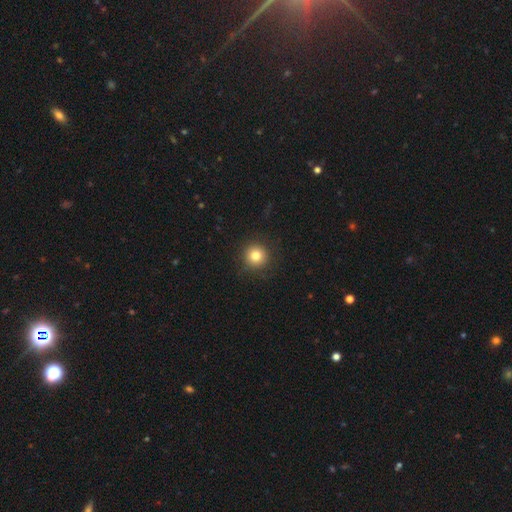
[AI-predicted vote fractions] Smooth or featured? smooth (81%)
How rounded? round (95%)
Merging? none (91%)